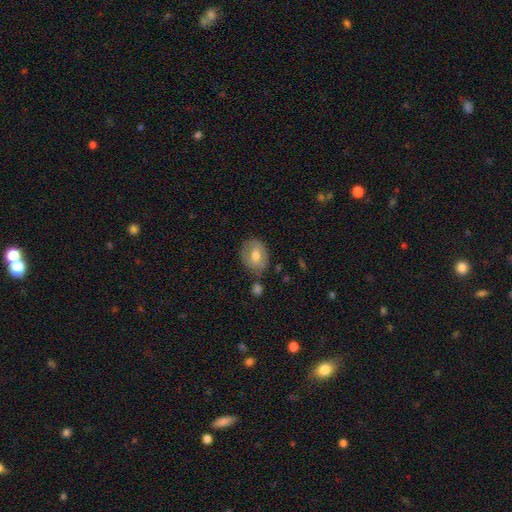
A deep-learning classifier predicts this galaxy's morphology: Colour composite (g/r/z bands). It shows a smooth galaxy with no disk features (58%) that is in between round and cigar-shaped (59%). Merging: none (67%).